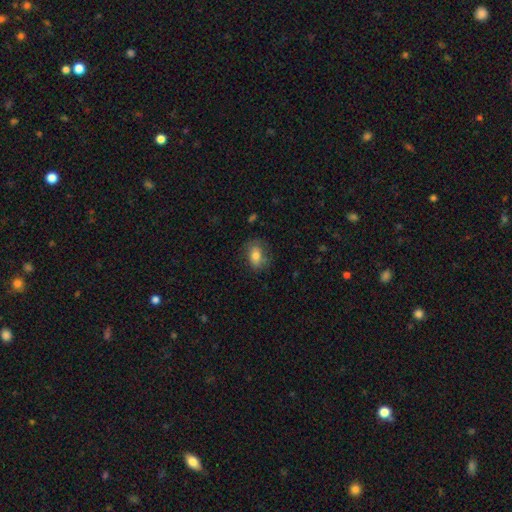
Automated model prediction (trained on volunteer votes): smooth_or_featured: smooth (p=0.76) [alt: featured or disk p=0.15]
how_rounded: in between (p=0.78) [alt: round p=0.20]
merging: none (p=0.71) [alt: minor disturbance p=0.20]